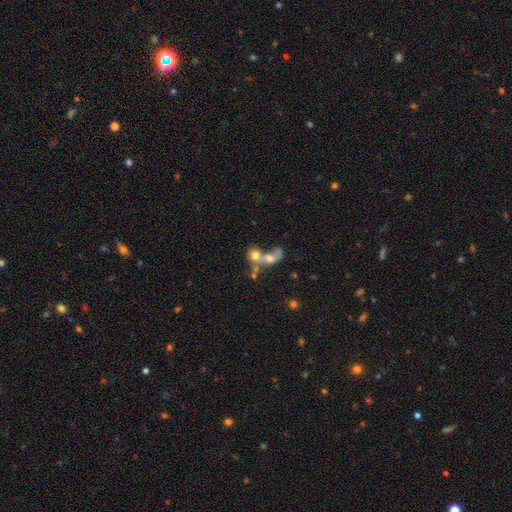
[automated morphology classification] Smooth or featured? smooth (60%)
How rounded? round (63%)
Merging? merger (64%)